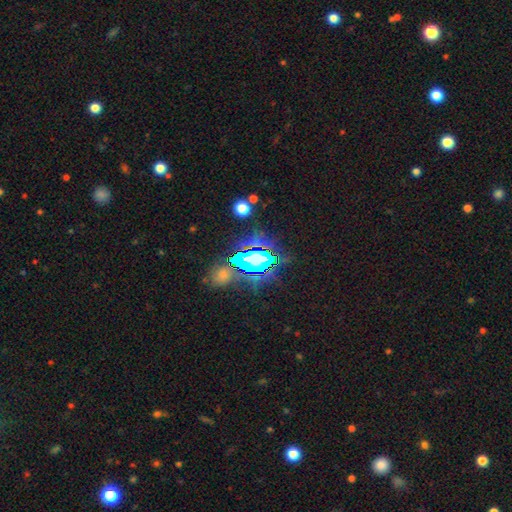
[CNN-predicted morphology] smooth_or_featured: star or artifact (p=0.60) [alt: smooth p=0.25]